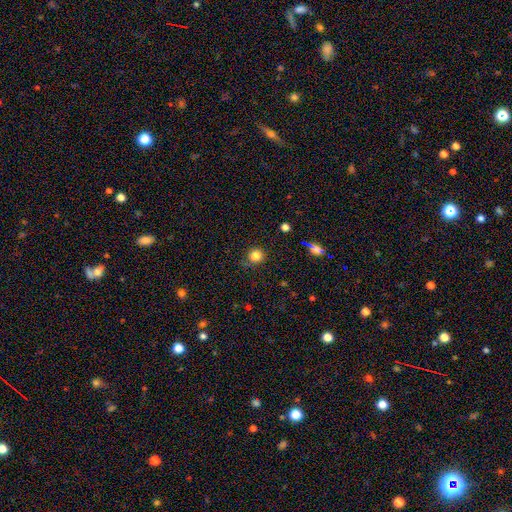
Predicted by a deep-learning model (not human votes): The model was most divided on "smooth or featured": smooth: 81%, star or artifact: 13%, featured or disk: 6%. More confident: how rounded — round (91%); merging — none (83%).